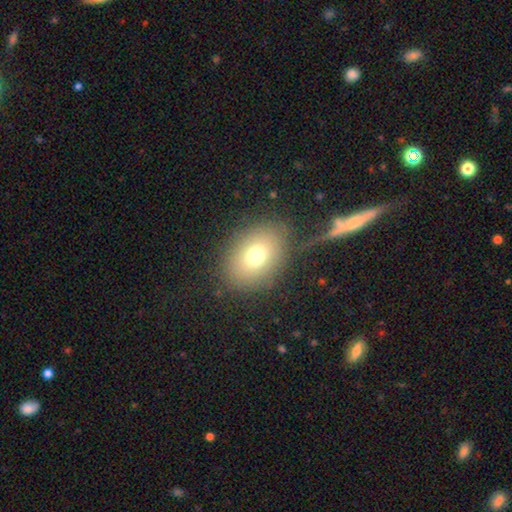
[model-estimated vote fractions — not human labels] This is likely a smooth galaxy (73%). How rounded: likely in between (66%). Merging: likely none (80%).